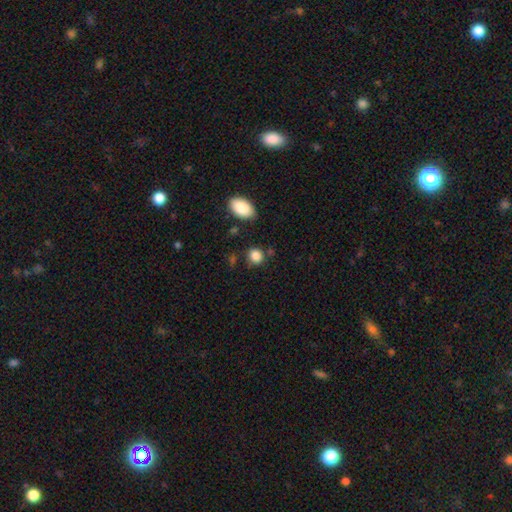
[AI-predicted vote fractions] Smooth or featured?
  - smooth: 86% *
  - star or artifact: 10%
  - featured or disk: 4%
How rounded?
  - round: 75% *
  - in between: 24%
  - cigar-shaped: 1%
Merging?
  - none: 79% *
  - minor disturbance: 13%
  - merger: 5%
  - major disturbance: 4%